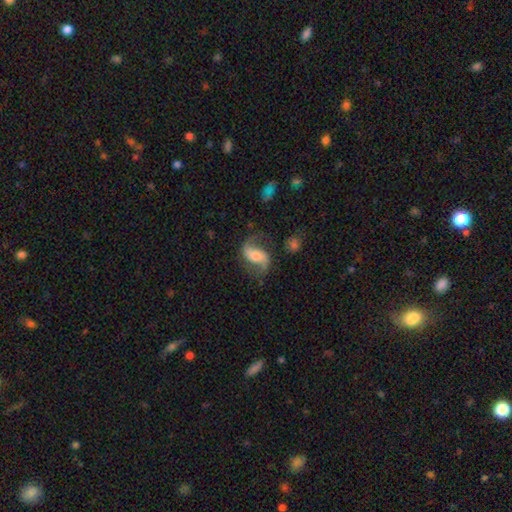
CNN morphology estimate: smooth-or-featured: featured or disk: 75% | smooth: 18% | star or artifact: 7%
  disk-edge-on: no: 96% | yes: 4%
    bar: weak: 40% | no: 30% | strong: 30%
    has-spiral-arms: yes: 94% | no: 6%
      spiral-winding: loose: 66% | medium: 28% | tight: 7%
      spiral-arm-count: 2: 91% | 1: 3% | can't tell: 3% | 3: 1% | 4: 1% | more than 4: 1%
    bulge-size: moderate: 42% | small: 25% | large: 20% | none: 10% | dominant: 4%
  merging: none: 68% | minor disturbance: 18% | major disturbance: 11% | merger: 3%